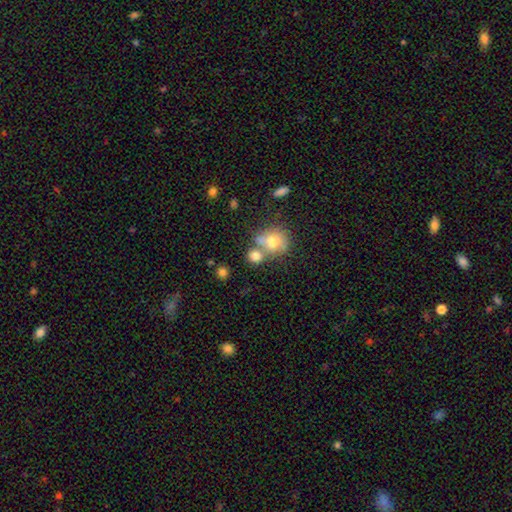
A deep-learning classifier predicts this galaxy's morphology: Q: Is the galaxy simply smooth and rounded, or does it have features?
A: smooth — 75%.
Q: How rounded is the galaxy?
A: round — 75%.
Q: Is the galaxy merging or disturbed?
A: none — 44%.